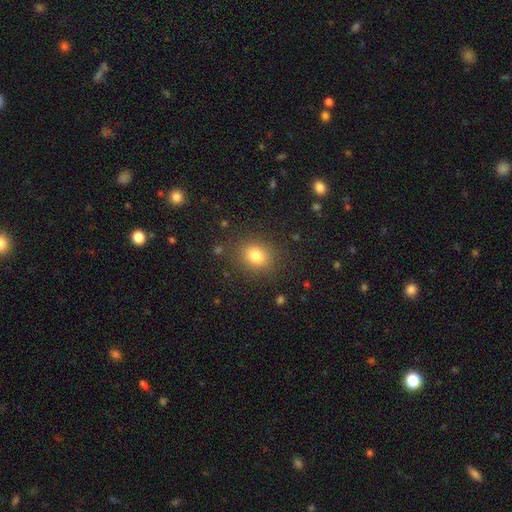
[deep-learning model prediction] Smooth or featured: smooth — 80% (star or artifact — 12%)
How rounded: round — 51% (in between — 48%)
Merging: none — 85% (minor disturbance — 10%)